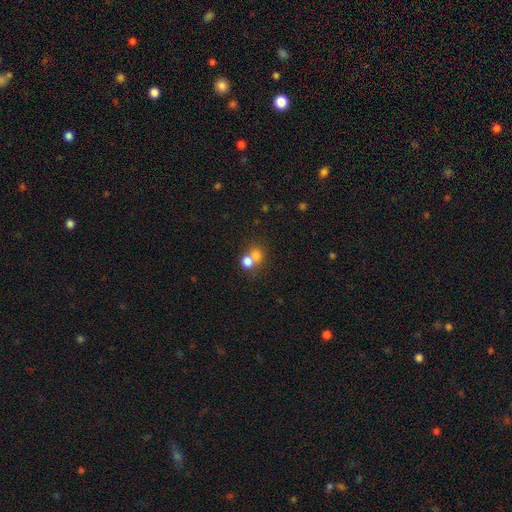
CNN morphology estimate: Q: Smooth or featured?
A: smooth (74%); runner-up: featured or disk (13%)
Q: How rounded?
A: round (73%); runner-up: in between (26%)
Q: Merging?
A: merger (59%); runner-up: none (32%)